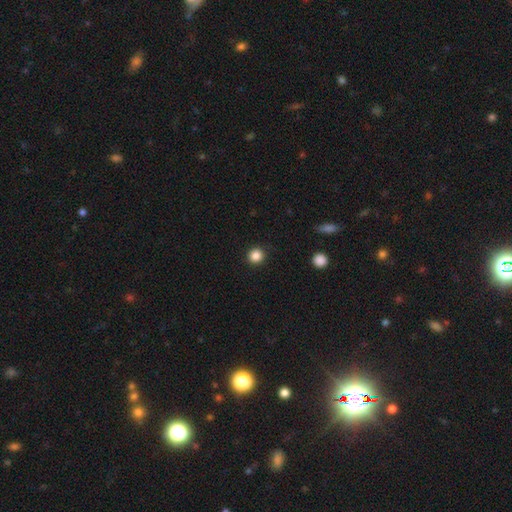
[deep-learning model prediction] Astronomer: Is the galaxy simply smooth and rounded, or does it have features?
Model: smooth — 86%.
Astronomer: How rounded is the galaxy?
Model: round — 93%.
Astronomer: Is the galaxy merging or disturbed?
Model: none — 92%.